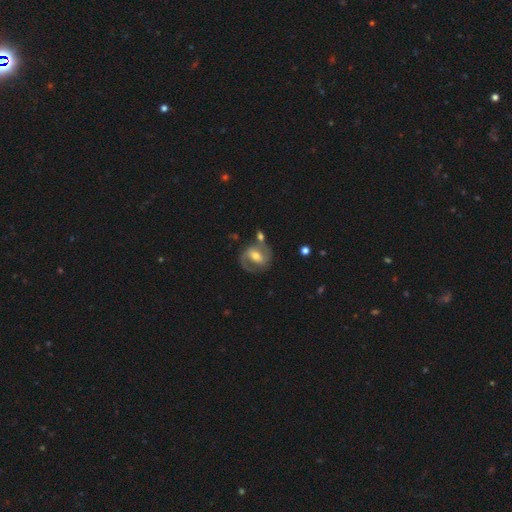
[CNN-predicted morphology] Smooth or featured? featured or disk (73%)
Edge-on disk? no (96%)
Bar? weak (40%)
Spiral arms? yes (83%)
Spiral winding? medium (50%)
Spiral arm count? 2 (79%)
Bulge size? moderate (63%)
Merging? none (65%)